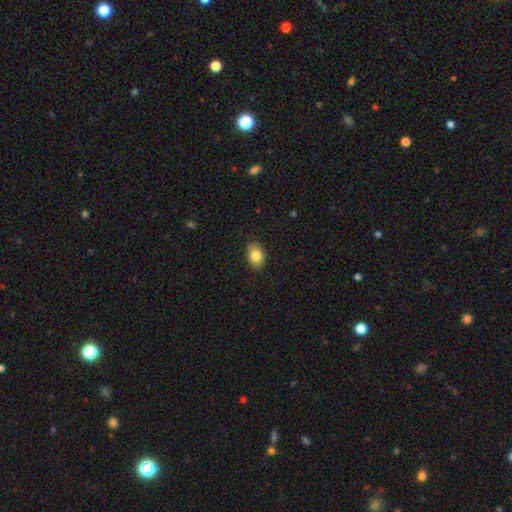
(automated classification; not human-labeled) A smooth galaxy with no disk features (83%) that is in between round and cigar-shaped (81%). Merging: none (84%).